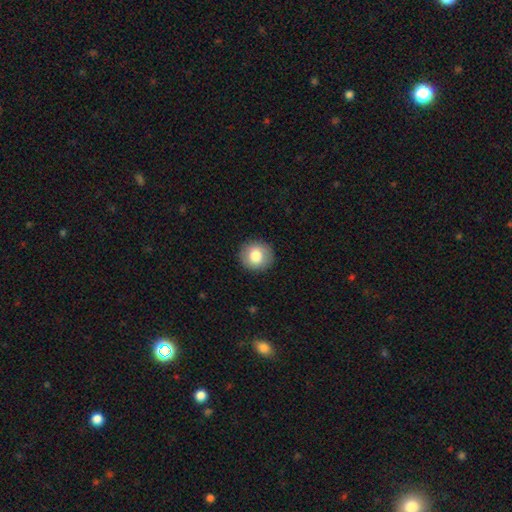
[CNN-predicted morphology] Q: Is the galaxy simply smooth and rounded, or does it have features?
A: smooth — 79%.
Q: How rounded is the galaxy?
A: round — 89%.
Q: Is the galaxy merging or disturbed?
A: none — 90%.